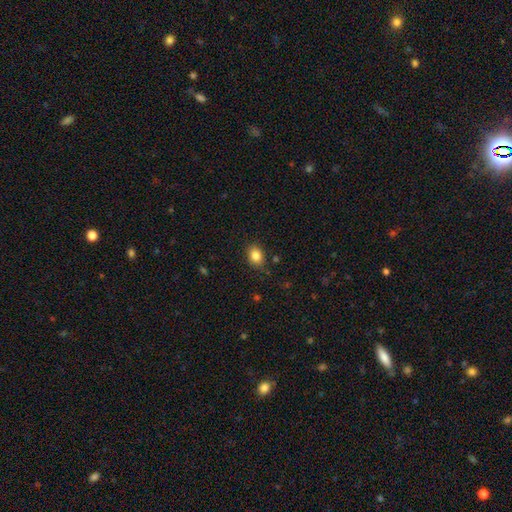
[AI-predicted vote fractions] This appears to be a smooth galaxy with no disk features (84%) that is in between round and cigar-shaped (60%). Merging: none (84%).